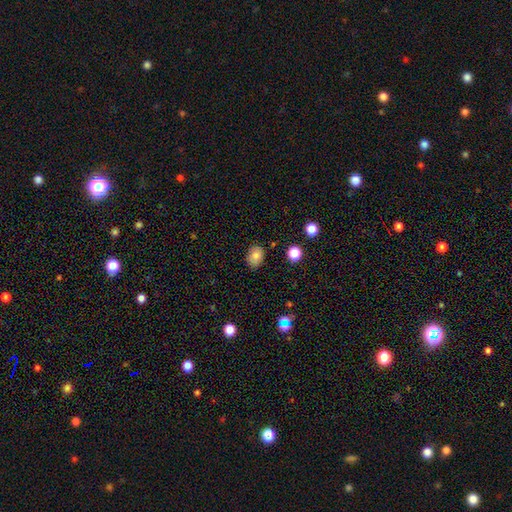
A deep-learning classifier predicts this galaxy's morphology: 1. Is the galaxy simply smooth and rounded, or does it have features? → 80% smooth, 10% star or artifact, 10% featured or disk.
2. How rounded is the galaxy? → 66% in between, 33% round, 1% cigar-shaped.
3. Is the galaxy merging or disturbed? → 82% none, 13% minor disturbance, 3% major disturbance, 2% merger.